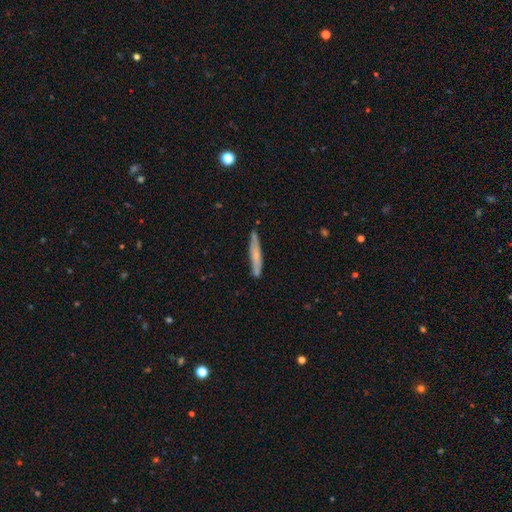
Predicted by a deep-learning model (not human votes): smooth 57%, featured or disk 37%, star or artifact 7%. Down the decision tree: how rounded — cigar-shaped (95%); merging — none (83%).